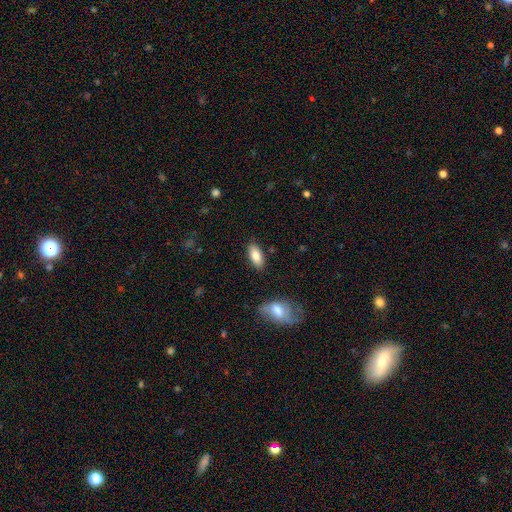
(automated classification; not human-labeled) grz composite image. It shows a smooth galaxy with no disk features (84%) that is in between round and cigar-shaped (88%). Merging: none (86%).